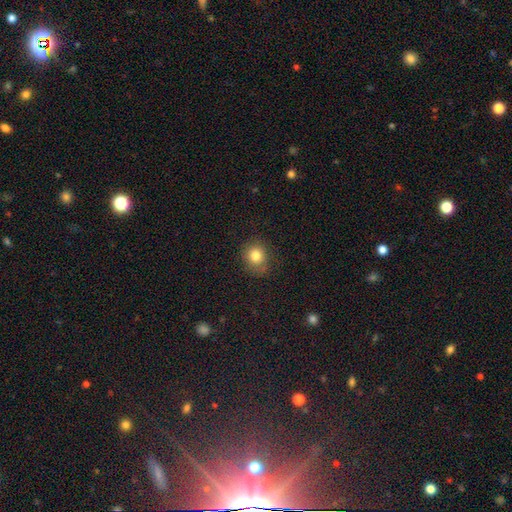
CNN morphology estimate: This is clearly a smooth galaxy (81%). How rounded: likely round (77%). Merging: likely none (77%).